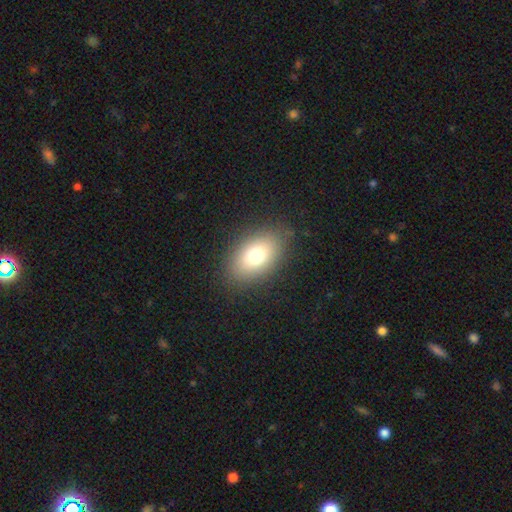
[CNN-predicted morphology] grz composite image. It shows a smooth galaxy with no disk features (73%) that is in between round and cigar-shaped (83%). Merging: none (85%).